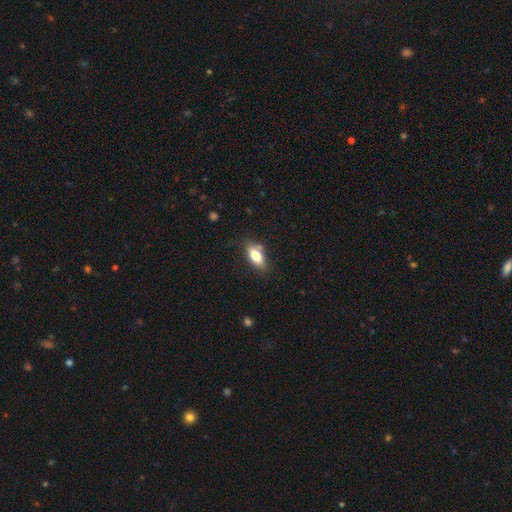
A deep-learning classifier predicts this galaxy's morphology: A smooth galaxy with no disk features (78%) that is in between round and cigar-shaped (84%). Merging: none (75%).